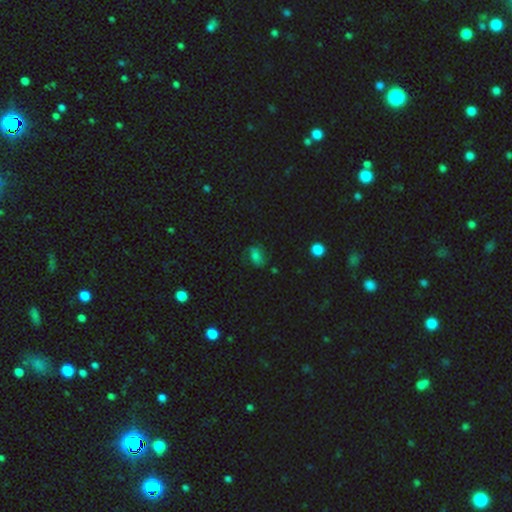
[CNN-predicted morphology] This is possibly a smooth galaxy (55%). How rounded: likely in between (74%). Merging: possibly none (57%).